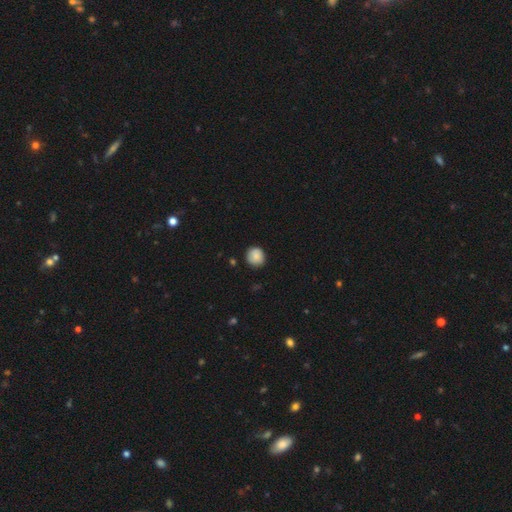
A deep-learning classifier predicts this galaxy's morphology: smooth_or_featured: smooth (p=0.87) [alt: star or artifact p=0.08]
how_rounded: round (p=0.91) [alt: in between p=0.08]
merging: none (p=0.87) [alt: minor disturbance p=0.10]